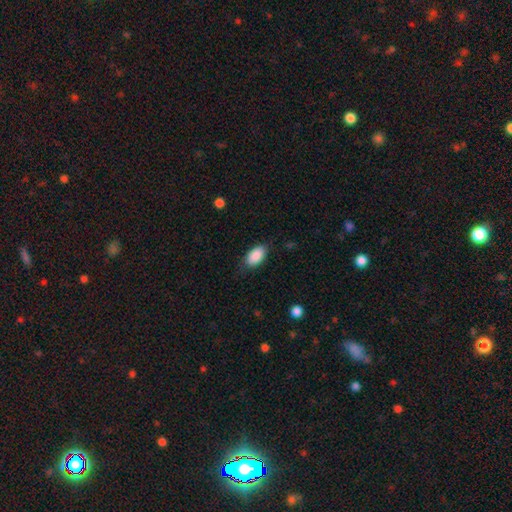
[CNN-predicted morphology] Smooth or featured? smooth (89%)
How rounded? in between (93%)
Merging? none (79%)